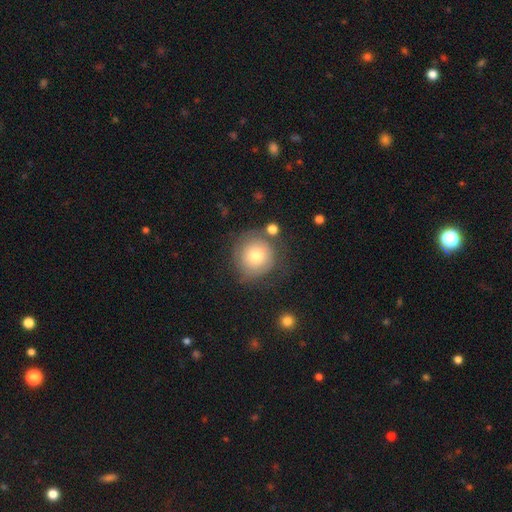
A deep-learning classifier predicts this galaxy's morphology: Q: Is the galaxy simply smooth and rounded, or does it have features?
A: smooth — 68%.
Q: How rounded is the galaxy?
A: round — 92%.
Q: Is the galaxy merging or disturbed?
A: none — 68%.